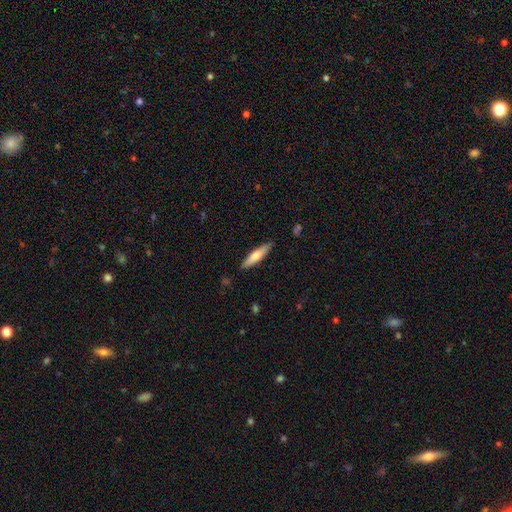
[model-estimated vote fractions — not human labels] This is likely a smooth galaxy (64%). How rounded: likely cigar-shaped (79%). Merging: clearly none (87%).